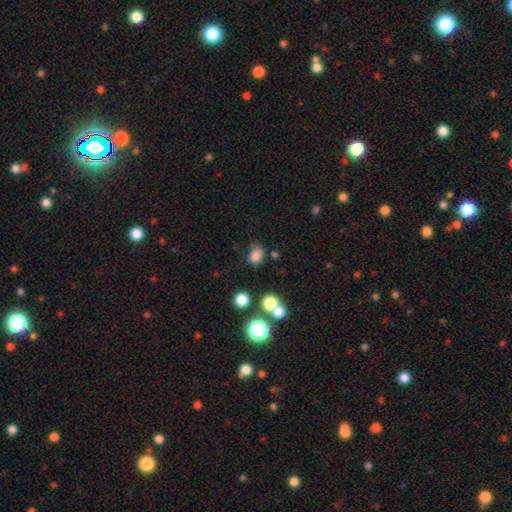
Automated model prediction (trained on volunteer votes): Morphology: type=smooth (79%); roundness=in between (62%); merging=none (63%).